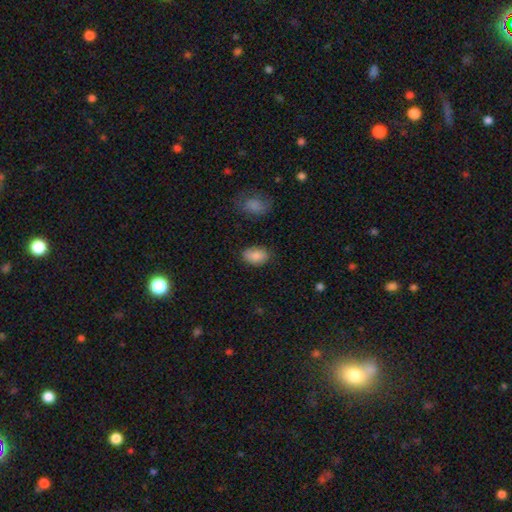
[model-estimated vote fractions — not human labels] smooth-or-featured: smooth: 87% | star or artifact: 7% | featured or disk: 6%
  how-rounded: in between: 87% | round: 12% | cigar-shaped: 1%
  merging: none: 79% | minor disturbance: 15% | major disturbance: 3% | merger: 2%